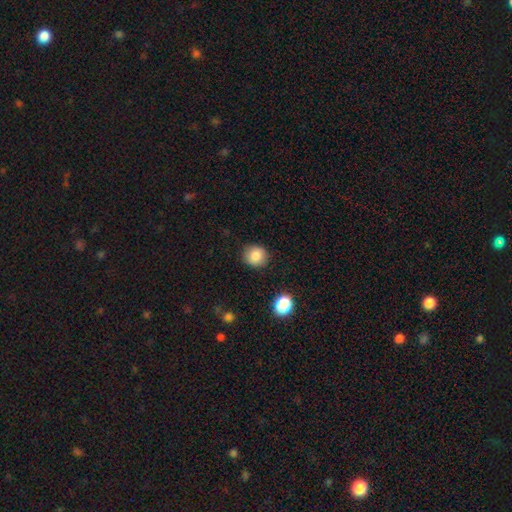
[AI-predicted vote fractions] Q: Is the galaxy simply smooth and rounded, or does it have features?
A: smooth — 84%.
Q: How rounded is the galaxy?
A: round — 86%.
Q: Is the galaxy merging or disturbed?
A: none — 88%.